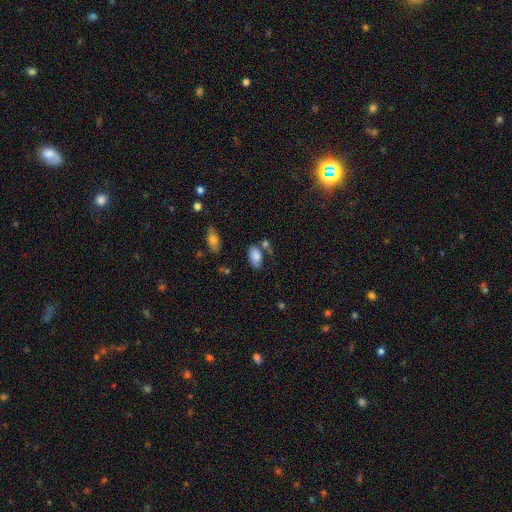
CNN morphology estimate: type=smooth (82%); roundness=in between (93%); merging=none (55%).